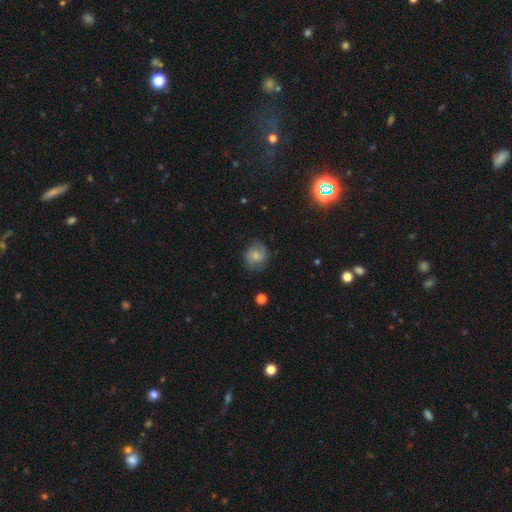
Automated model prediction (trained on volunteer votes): The model was most divided on "smooth or featured": smooth: 52%, featured or disk: 38%, star or artifact: 10%. More confident: how rounded — round (73%); merging — none (73%).